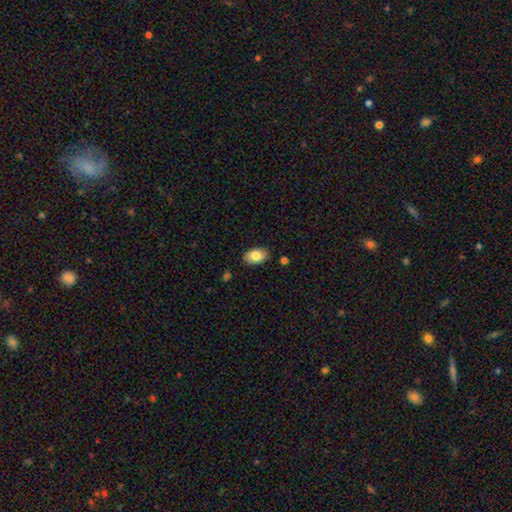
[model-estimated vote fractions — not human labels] A smooth galaxy with no disk features (83%) that is in between round and cigar-shaped (91%). Merging: none (86%).